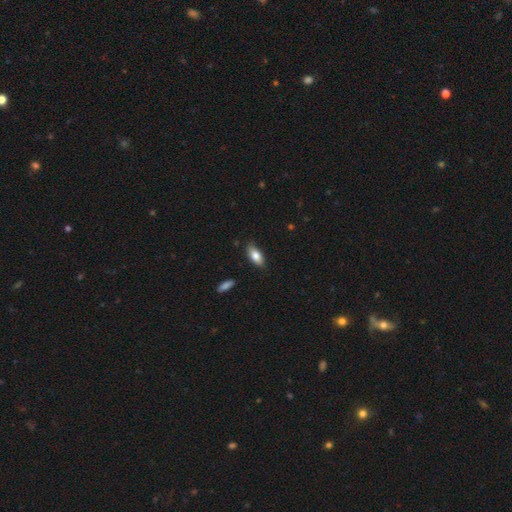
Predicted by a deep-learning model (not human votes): Smooth or featured? smooth (78%)
How rounded? in between (85%)
Merging? none (79%)